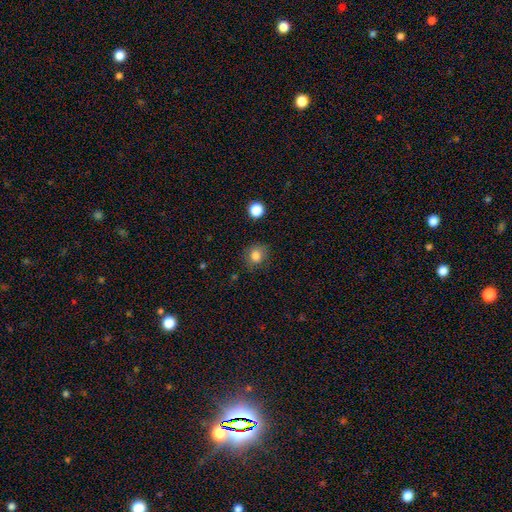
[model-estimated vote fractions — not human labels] smooth-or-featured: smooth: 82% | star or artifact: 12% | featured or disk: 6%
  how-rounded: round: 80% | in between: 19% | cigar-shaped: 1%
  merging: none: 81% | minor disturbance: 14% | major disturbance: 4% | merger: 2%